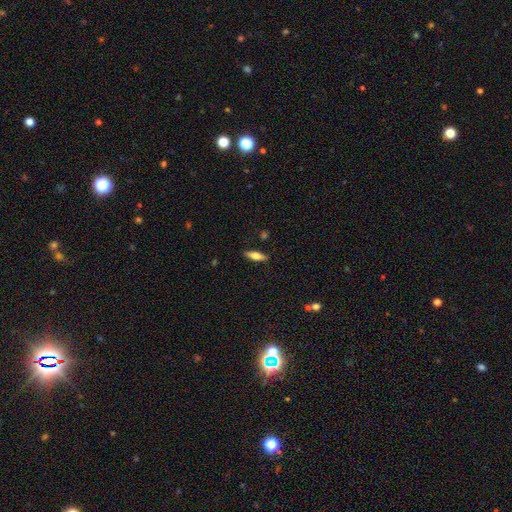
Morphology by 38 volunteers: This is possibly a smooth galaxy (53%). How rounded: likely cigar-shaped (75%). Merging: clearly none (100%).